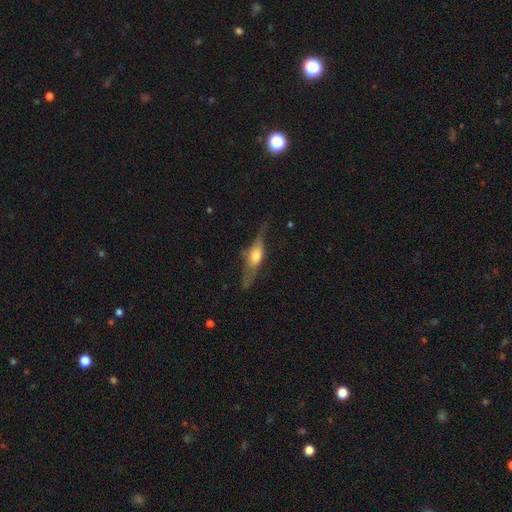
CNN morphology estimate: A featured or disk galaxy (51%) viewed edge-on (83%). Merging: none (58%).